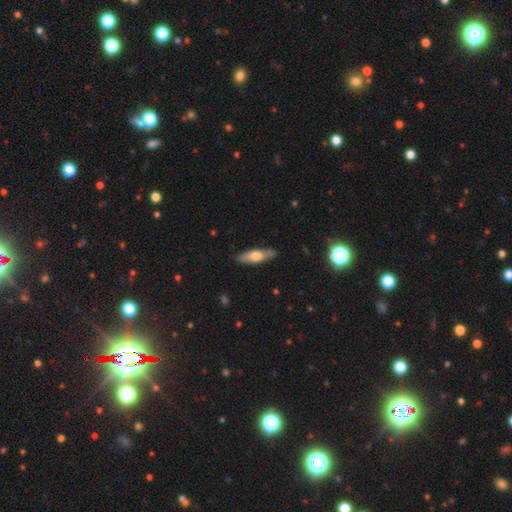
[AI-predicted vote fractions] smooth 54%, featured or disk 41%, star or artifact 6%. Down the decision tree: how rounded — cigar-shaped (57%); merging — none (85%).